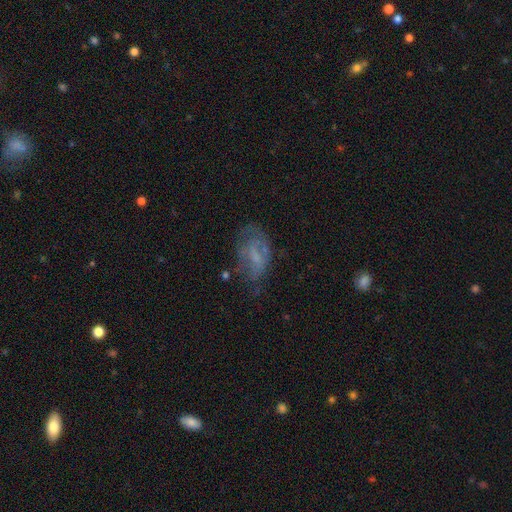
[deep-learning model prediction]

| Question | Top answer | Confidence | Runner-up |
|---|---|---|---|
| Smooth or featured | featured or disk | 49% | smooth (40%) |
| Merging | none | 45% | minor disturbance (28%) |